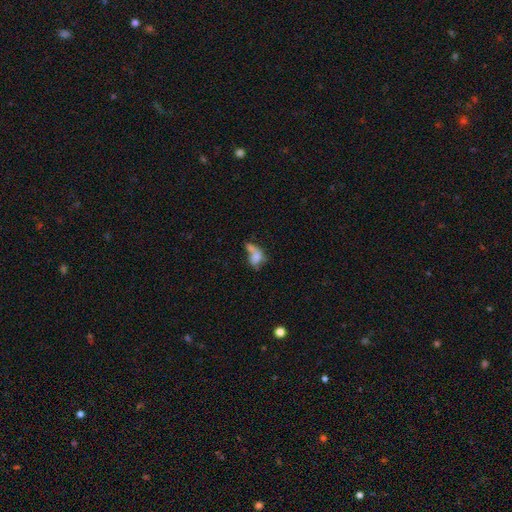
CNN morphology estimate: Overall: smooth (62%; featured or disk 26%). How rounded: in between (75%). Merging: merger (44%; none 22%).